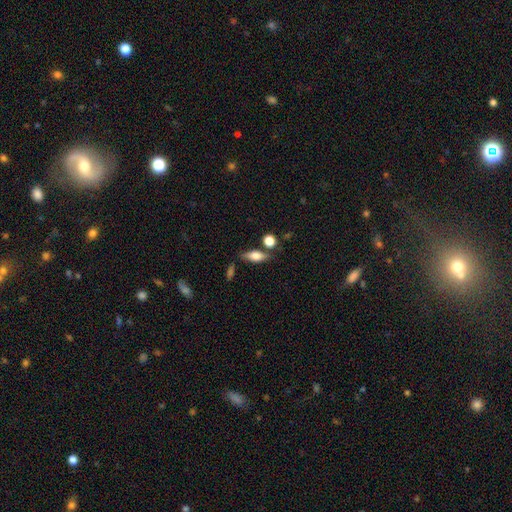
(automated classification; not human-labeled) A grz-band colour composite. It shows a smooth galaxy with no disk features (62%) that is in between round and cigar-shaped (69%). Merging: none (71%).